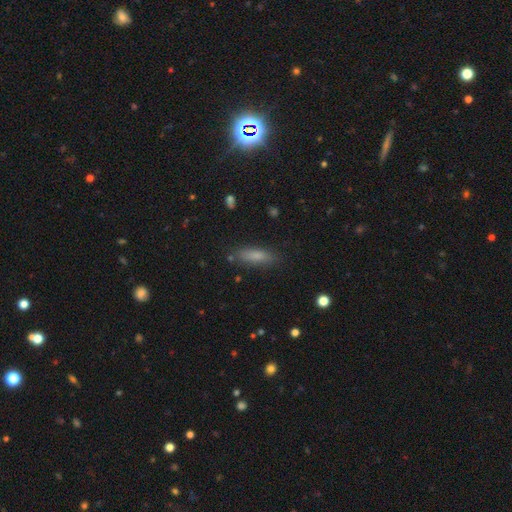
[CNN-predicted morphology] Q: Smooth or featured?
A: smooth (77%); runner-up: featured or disk (14%)
Q: How rounded?
A: cigar-shaped (54%); runner-up: in between (44%)
Q: Merging?
A: none (82%); runner-up: minor disturbance (12%)